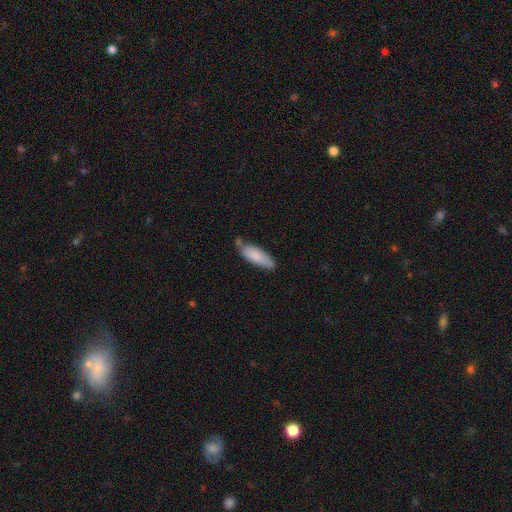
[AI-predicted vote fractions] Q: Smooth or featured?
A: smooth (83%); runner-up: featured or disk (11%)
Q: How rounded?
A: in between (57%); runner-up: cigar-shaped (42%)
Q: Merging?
A: none (61%); runner-up: minor disturbance (27%)